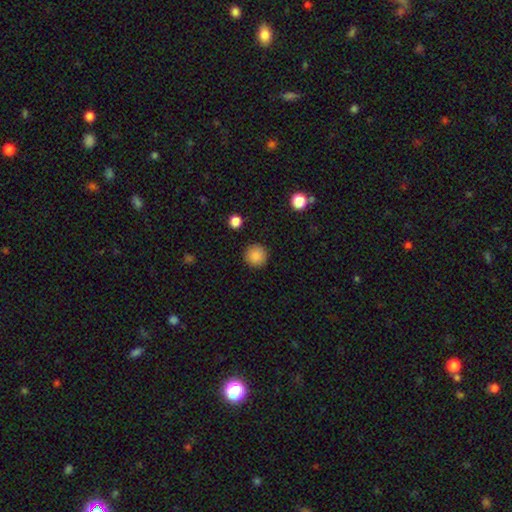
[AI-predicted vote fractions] smooth 87%, star or artifact 9%, featured or disk 4%. Down the decision tree: how rounded — round (95%); merging — none (91%).